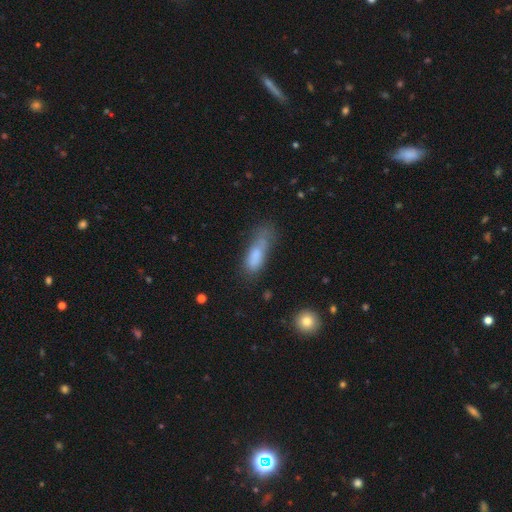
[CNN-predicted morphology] The model was most divided on "merging" (2-way tie): none: 31%, major disturbance: 31%, minor disturbance: 30%, merger: 8%. More confident: smooth or featured — smooth (74%); how rounded — in between (59%).